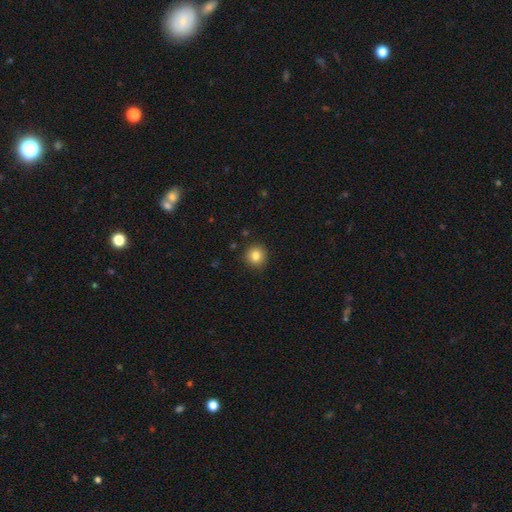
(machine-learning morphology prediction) Smooth or featured? smooth (82%)
How rounded? round (94%)
Merging? none (91%)